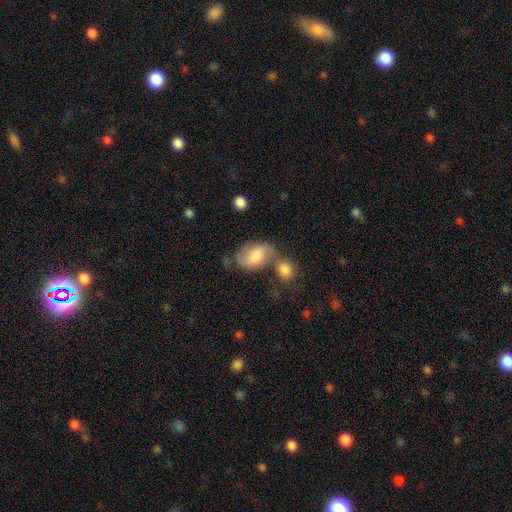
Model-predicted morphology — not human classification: This is possibly a smooth galaxy (55%). How rounded: clearly in between (85%). Merging: marginally none (36%).